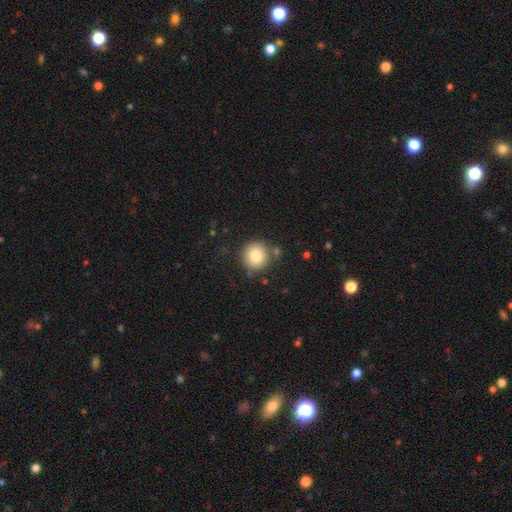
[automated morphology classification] A smooth galaxy with no disk features (82%) that is round (93%). Merging: none (81%).